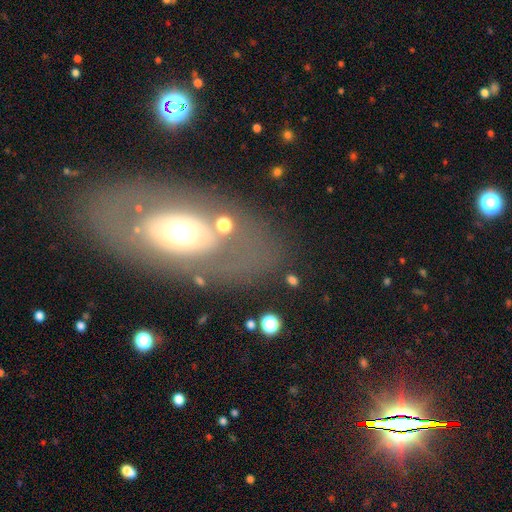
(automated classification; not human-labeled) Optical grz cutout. It shows a featured or disk galaxy (52%). Merging: none (78%).